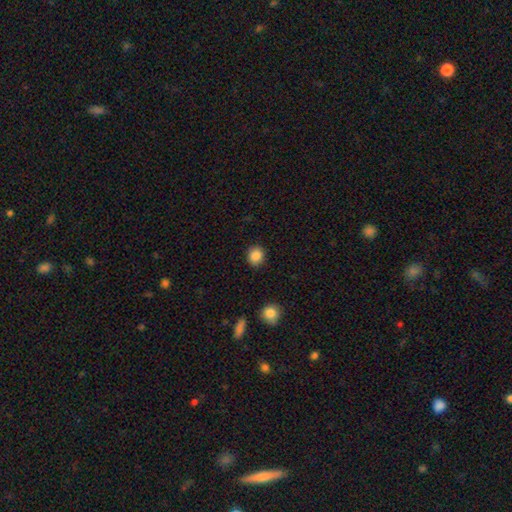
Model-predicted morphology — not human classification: A smooth galaxy with no disk features (87%) that is round (76%). Merging: none (88%).